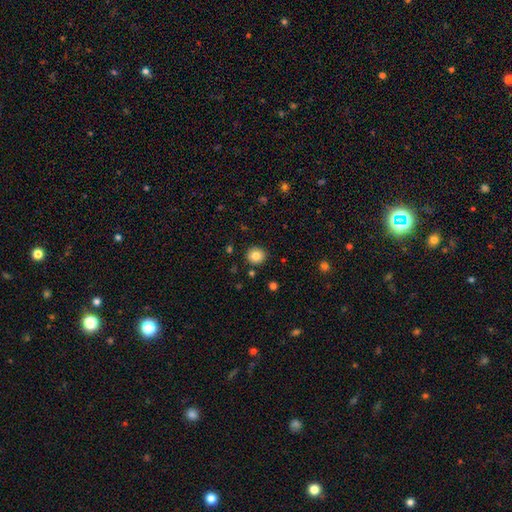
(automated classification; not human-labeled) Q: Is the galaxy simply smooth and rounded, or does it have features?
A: smooth — 82%.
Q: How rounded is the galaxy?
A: round — 91%.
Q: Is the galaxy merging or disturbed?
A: none — 90%.